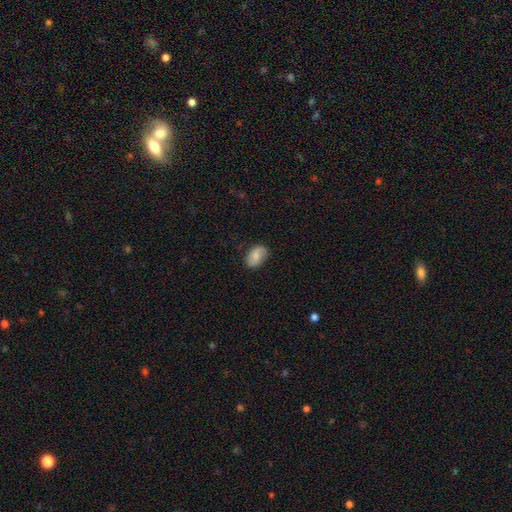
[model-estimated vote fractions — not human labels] Overall: smooth (72%). How rounded: in between (89%). Merging: none (77%).